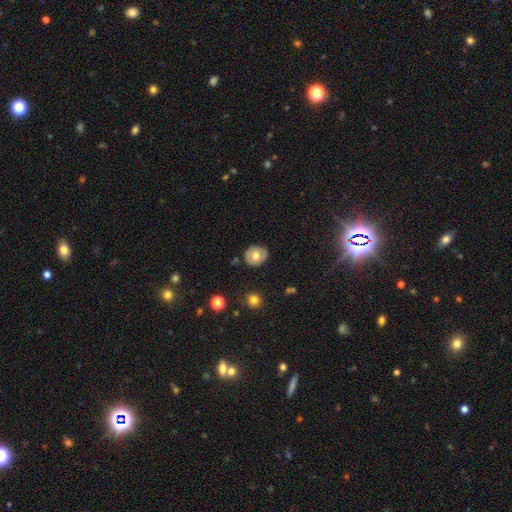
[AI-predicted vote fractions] Smooth or featured? Predicted: smooth (p=0.58). How rounded? Predicted: round (p=0.75). Merging? Predicted: none (p=0.83).